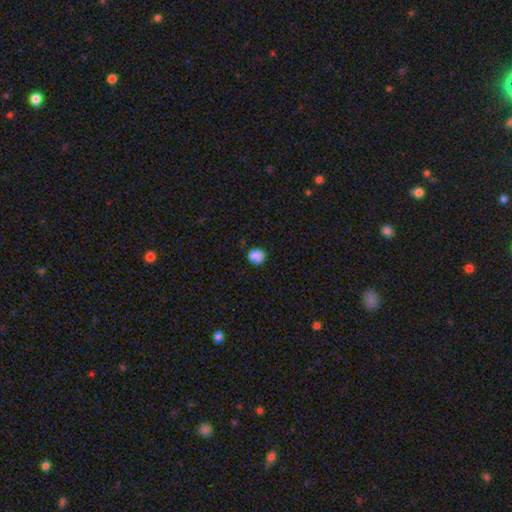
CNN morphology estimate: type=smooth (81%); roundness=round (82%); merging=none (69%).